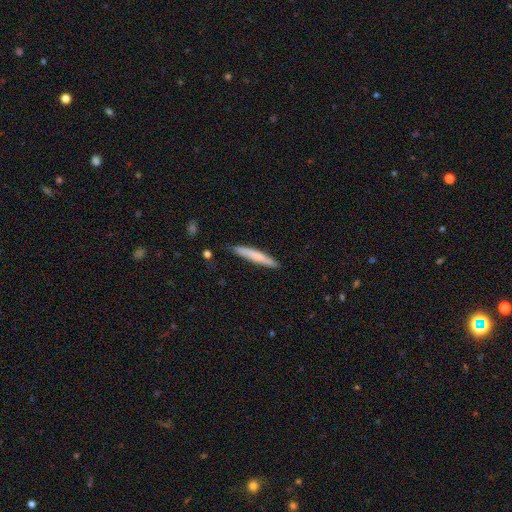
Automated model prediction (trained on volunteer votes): smooth 70%, featured or disk 24%, star or artifact 6%. Down the decision tree: how rounded — cigar-shaped (95%); merging — none (84%).